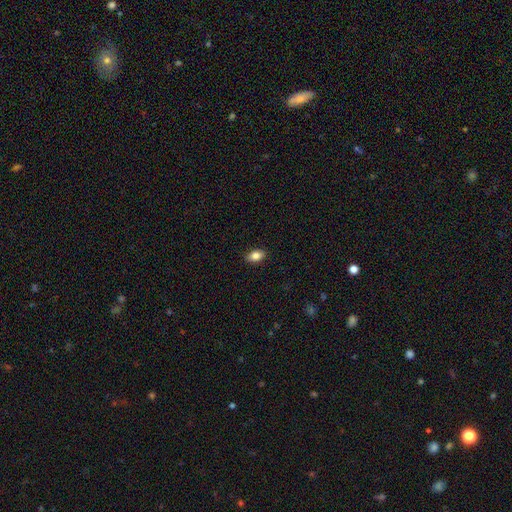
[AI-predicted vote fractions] Smooth or featured: smooth — 83% (featured or disk — 9%)
How rounded: in between — 87% (round — 11%)
Merging: none — 89% (minor disturbance — 9%)